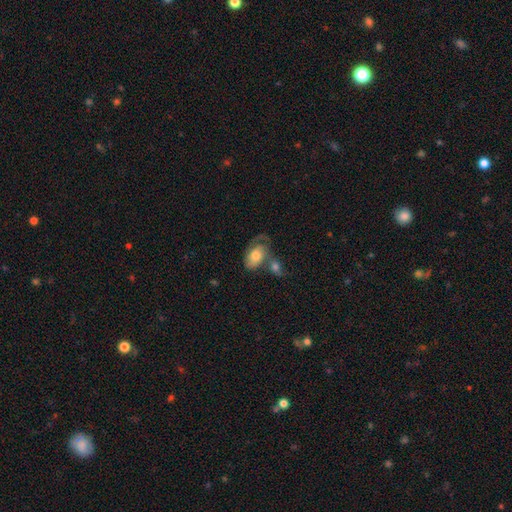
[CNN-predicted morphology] Smooth or featured? smooth (56%)
How rounded? in between (87%)
Merging? merger (42%)